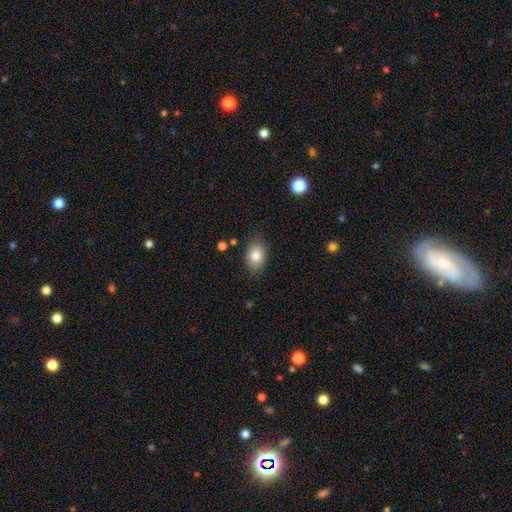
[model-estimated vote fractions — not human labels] smooth_or_featured: smooth (p=0.82) [alt: featured or disk p=0.10]
how_rounded: in between (p=0.83) [alt: round p=0.15]
merging: none (p=0.81) [alt: minor disturbance p=0.14]